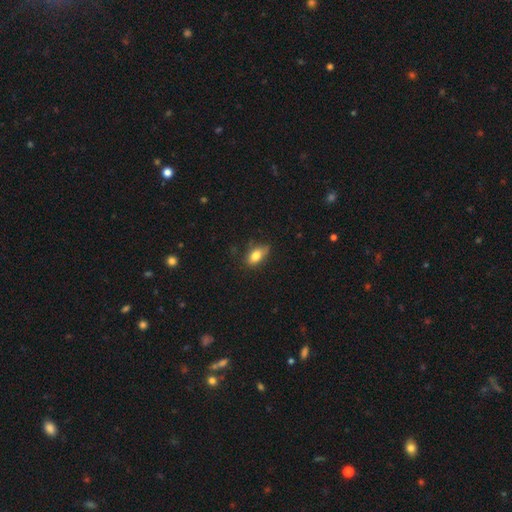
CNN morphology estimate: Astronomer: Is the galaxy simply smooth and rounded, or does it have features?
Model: smooth — 79%.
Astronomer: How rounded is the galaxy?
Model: in between — 85%.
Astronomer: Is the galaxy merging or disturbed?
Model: none — 66%.